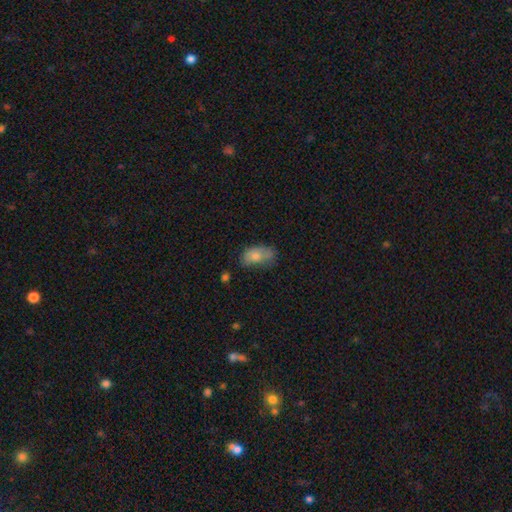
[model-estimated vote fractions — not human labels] This is likely a smooth galaxy (75%). How rounded: clearly in between (91%). Merging: marginally none (42%).